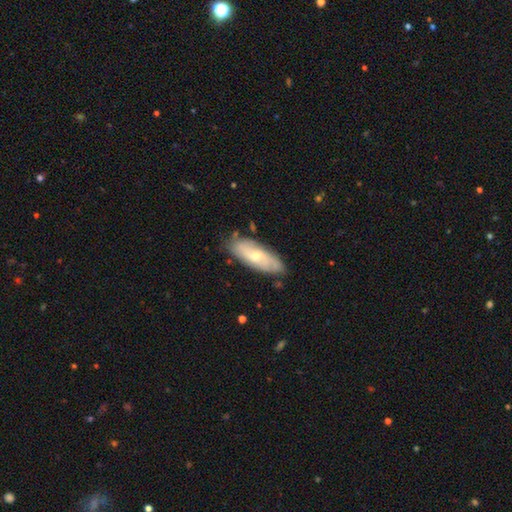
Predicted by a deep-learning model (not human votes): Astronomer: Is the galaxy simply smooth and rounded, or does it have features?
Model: featured or disk — 54% (runner-up: smooth, 39%).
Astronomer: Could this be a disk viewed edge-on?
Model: no — 80%.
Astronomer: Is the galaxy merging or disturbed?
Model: none — 79%.